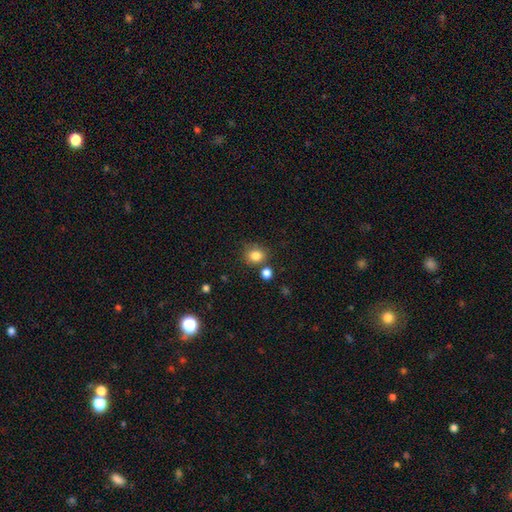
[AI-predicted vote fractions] The model was most divided on "how rounded": round: 77%, in between: 22%, cigar-shaped: 1%. More confident: smooth or featured — smooth (83%); merging — none (72%).